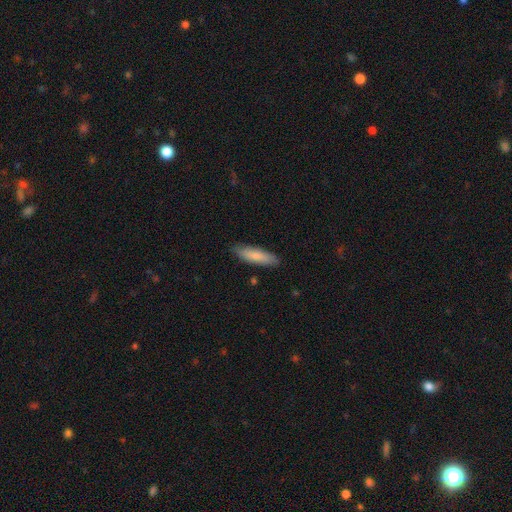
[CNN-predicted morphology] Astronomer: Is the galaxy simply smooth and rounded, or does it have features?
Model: smooth — 79%.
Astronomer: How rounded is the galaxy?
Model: cigar-shaped — 66%.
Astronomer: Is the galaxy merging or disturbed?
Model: none — 86%.